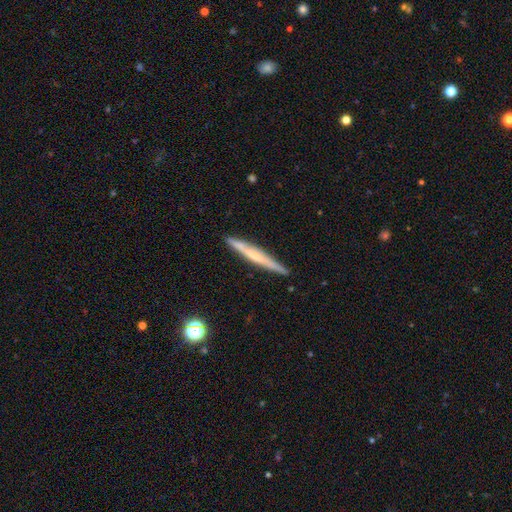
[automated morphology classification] This appears to be a featured or disk galaxy (62%) viewed edge-on (97%) with a rounded central bulge (57%). Merging: none (90%).